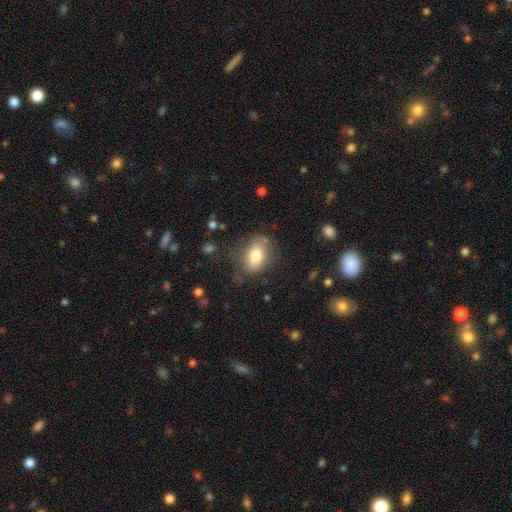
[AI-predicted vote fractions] A smooth galaxy with no disk features (76%) that is in between round and cigar-shaped (79%).

Vote fractions:
- Smooth or featured? smooth: 76% / featured or disk: 15% / star or artifact: 8%
- How rounded? in between: 79% / round: 19% / cigar-shaped: 2%
- Merging? none: 70% / minor disturbance: 20% / major disturbance: 8% / merger: 2%